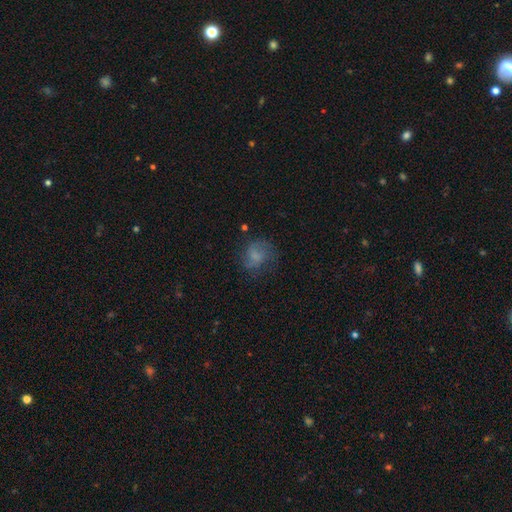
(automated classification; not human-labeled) Overall: smooth (54%; featured or disk 34%). How rounded: round (67%; in between 32%). Merging: none (57%; minor disturbance 23%).